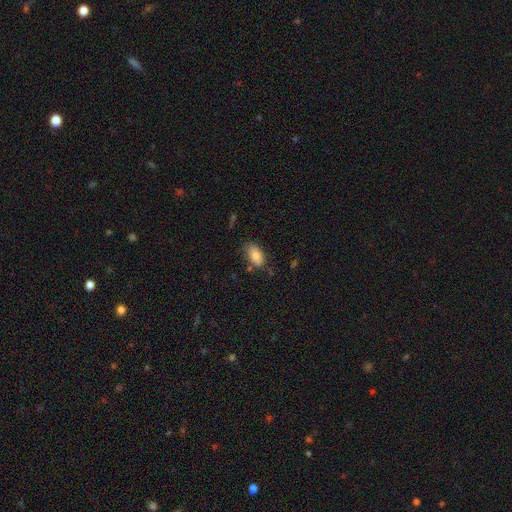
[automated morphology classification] A smooth galaxy with no disk features (80%) that is in between round and cigar-shaped (92%).

Vote fractions:
- Smooth or featured? smooth: 80% / featured or disk: 12% / star or artifact: 8%
- How rounded? in between: 92% / round: 5% / cigar-shaped: 2%
- Merging? none: 73% / minor disturbance: 20% / major disturbance: 4% / merger: 3%